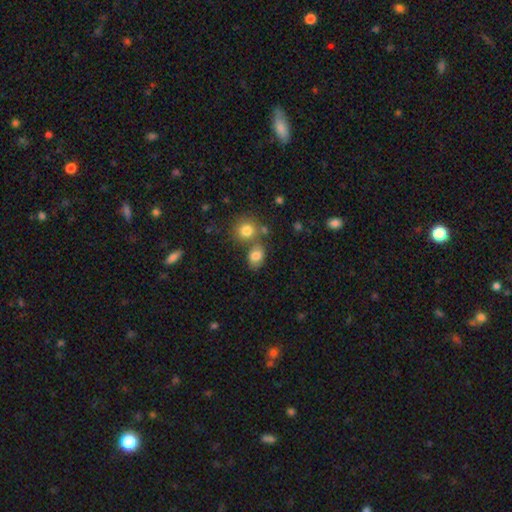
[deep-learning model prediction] Q: Smooth or featured?
A: smooth (80%); runner-up: star or artifact (11%)
Q: How rounded?
A: in between (64%); runner-up: round (35%)
Q: Merging?
A: none (54%); runner-up: merger (26%)